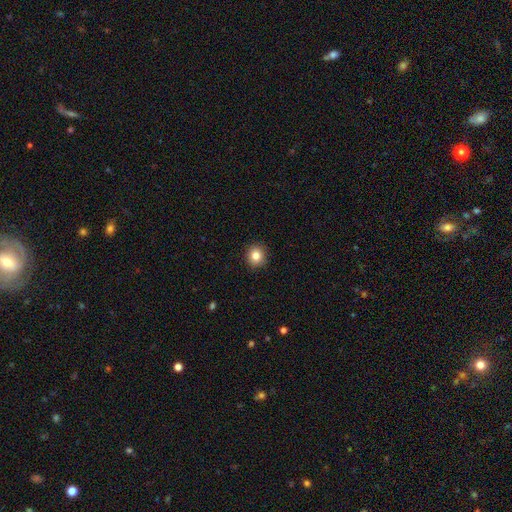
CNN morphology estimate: Smooth or featured? Predicted: smooth (p=0.83). How rounded? Predicted: round (p=0.90). Merging? Predicted: none (p=0.92).